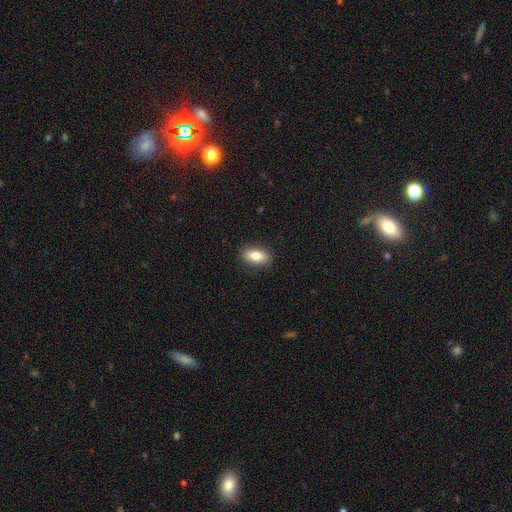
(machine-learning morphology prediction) This is clearly a smooth galaxy (83%). How rounded: clearly in between (88%). Merging: clearly none (89%).